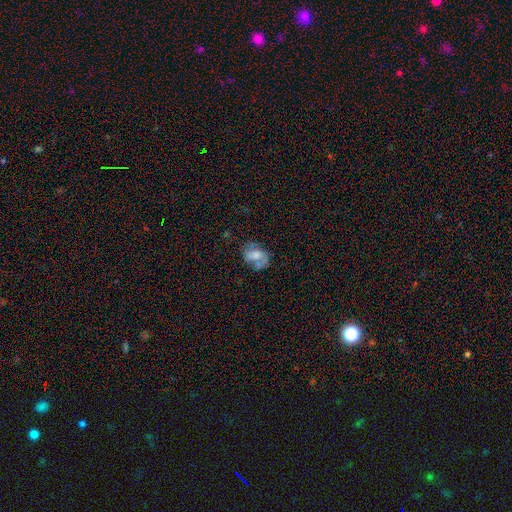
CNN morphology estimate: smooth 47%, featured or disk 44%, star or artifact 10%. Down the decision tree: merging — none (39%).